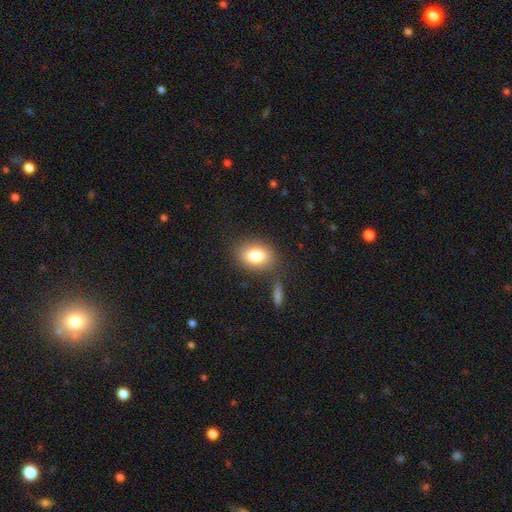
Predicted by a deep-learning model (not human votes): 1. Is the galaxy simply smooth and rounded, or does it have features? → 80% smooth, 11% featured or disk, 9% star or artifact.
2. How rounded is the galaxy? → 73% in between, 26% round, 2% cigar-shaped.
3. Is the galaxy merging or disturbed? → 76% none, 13% minor disturbance, 7% merger, 4% major disturbance.